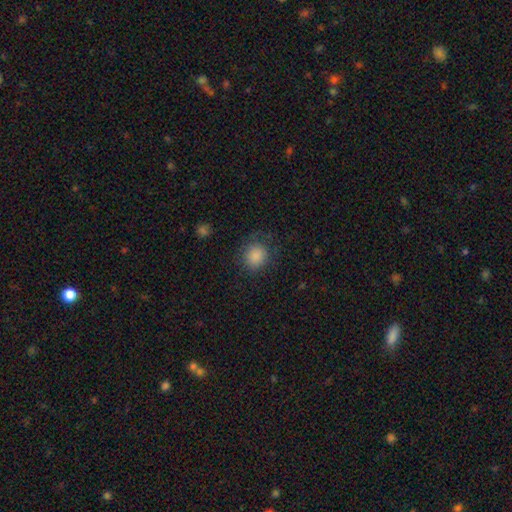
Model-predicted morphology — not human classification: The model was most divided on "merging": none: 76%, minor disturbance: 15%, major disturbance: 8%, merger: 1%. More confident: smooth or featured — smooth (86%); how rounded — round (83%).